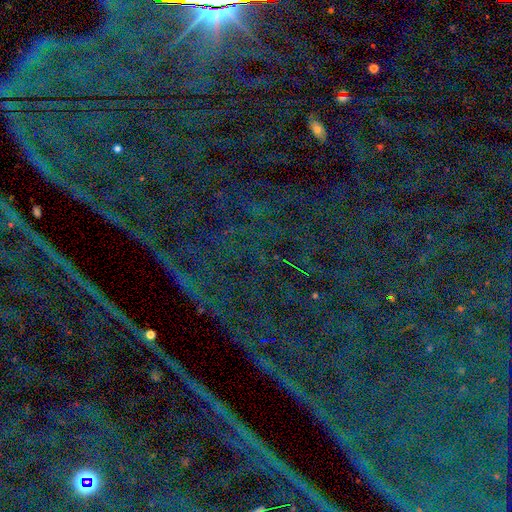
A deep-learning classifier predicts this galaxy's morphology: smooth_or_featured: star or artifact (p=0.87) [alt: smooth p=0.07]